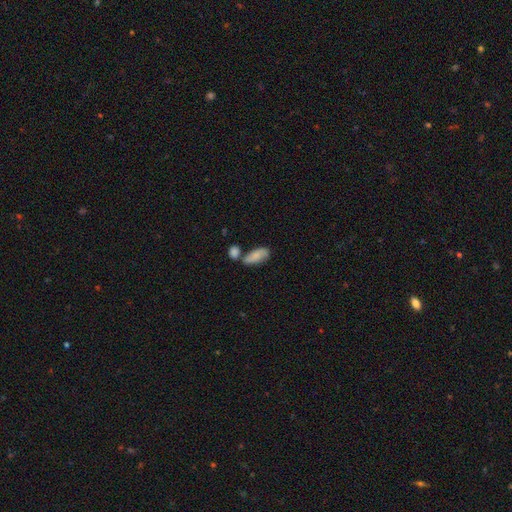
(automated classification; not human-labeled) smooth-or-featured: smooth: 74% | featured or disk: 19% | star or artifact: 7%
  how-rounded: in between: 82% | cigar-shaped: 15% | round: 3%
  merging: none: 49% | merger: 28% | minor disturbance: 17% | major disturbance: 5%